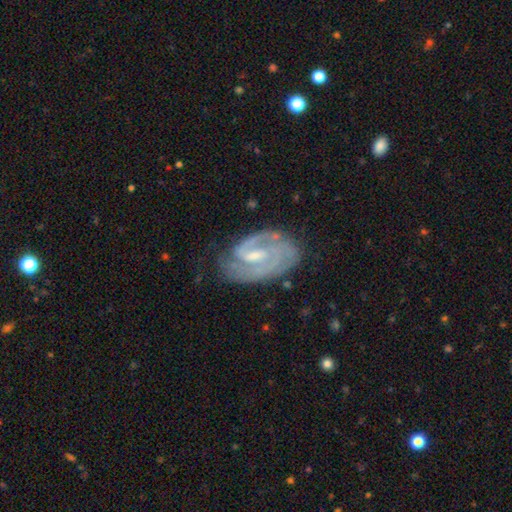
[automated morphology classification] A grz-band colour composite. It shows a featured or disk galaxy (87%) with a weak bar (56%), 2 (66%) tight (51%) spiral arms (96%) and a small central bulge (52%). Merging: none (67%).